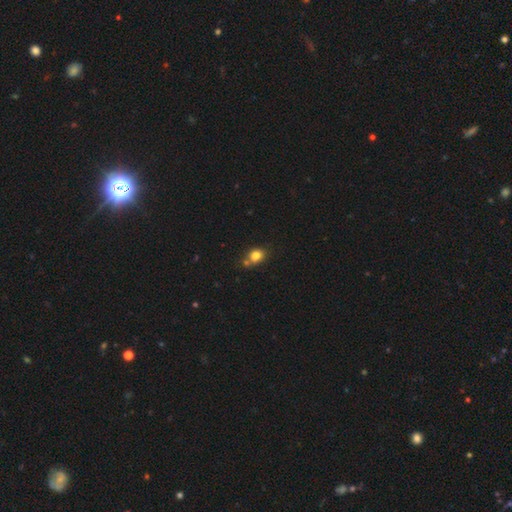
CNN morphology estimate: Q: Smooth or featured?
A: smooth (81%); runner-up: star or artifact (11%)
Q: How rounded?
A: round (50%); runner-up: in between (49%)
Q: Merging?
A: none (58%); runner-up: merger (24%)